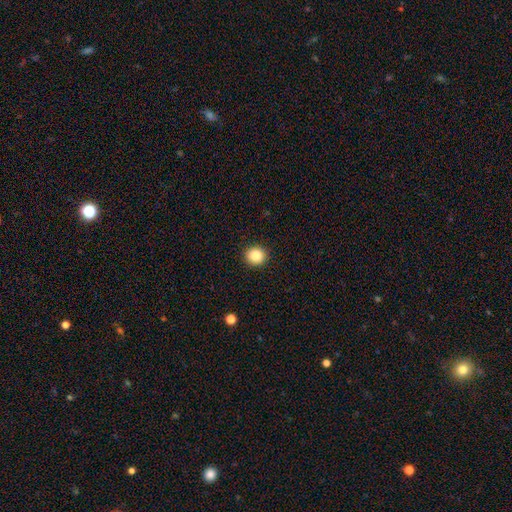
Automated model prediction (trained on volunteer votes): The model was most divided on "smooth or featured": smooth: 87%, star or artifact: 10%, featured or disk: 3%. More confident: merging — none (92%); how rounded — round (90%).